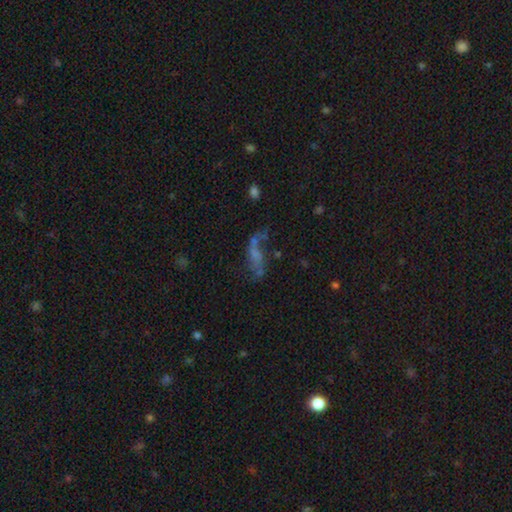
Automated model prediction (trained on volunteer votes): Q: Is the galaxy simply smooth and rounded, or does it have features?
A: featured or disk — 48%.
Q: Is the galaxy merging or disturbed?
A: none — 38%.